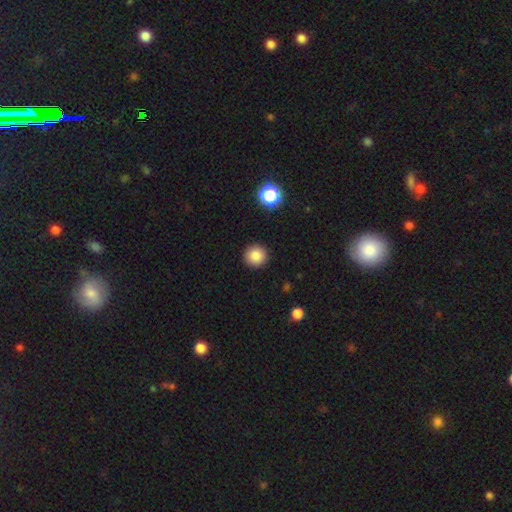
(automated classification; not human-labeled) Overall: smooth (85%). How rounded: round (94%). Merging: none (92%).